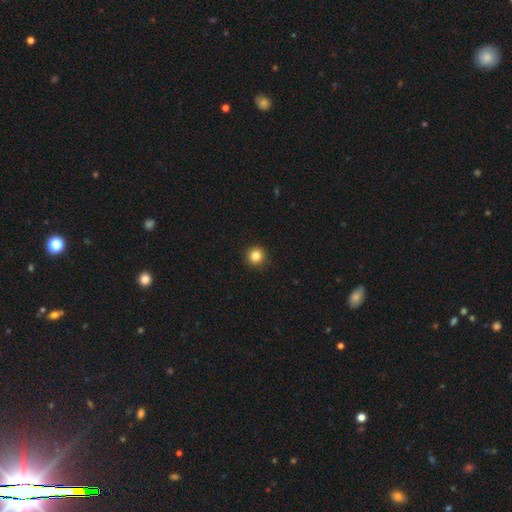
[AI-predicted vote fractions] Morphology: type=smooth (85%); roundness=round (95%); merging=none (93%).